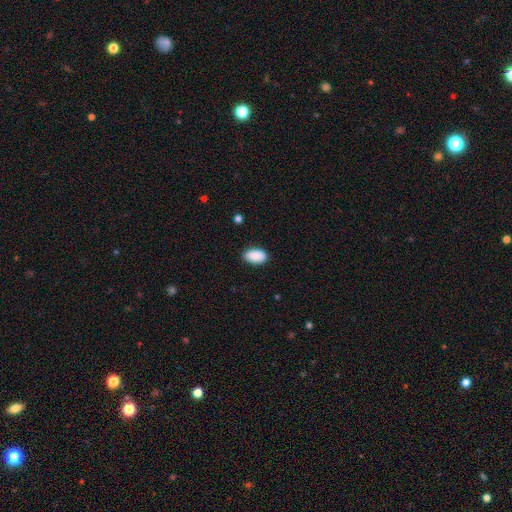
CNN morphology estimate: Smooth or featured: smooth — 91% (star or artifact — 7%)
How rounded: in between — 94% (round — 4%)
Merging: none — 86% (minor disturbance — 10%)